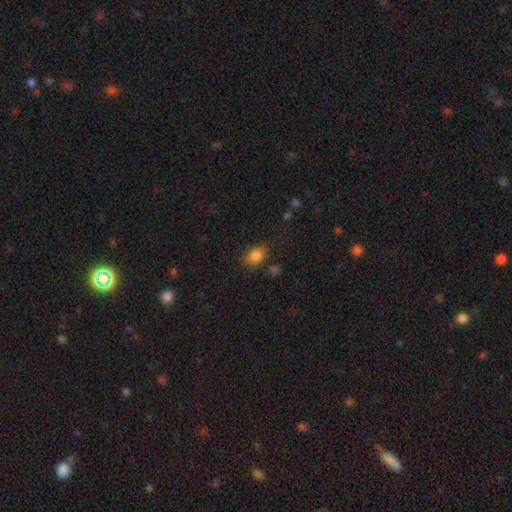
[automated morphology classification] smooth 83%, star or artifact 10%, featured or disk 6%. Down the decision tree: how rounded — in between (74%); merging — none (75%).